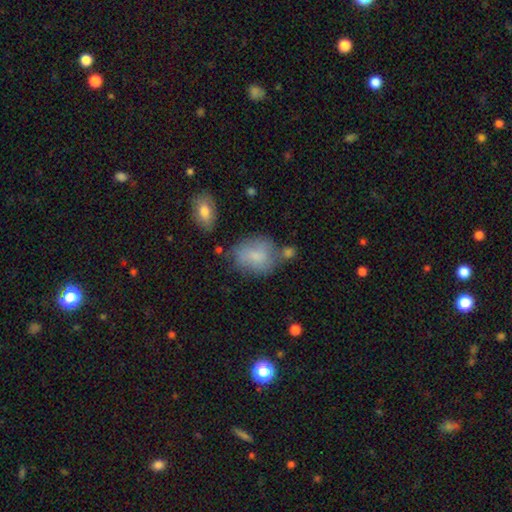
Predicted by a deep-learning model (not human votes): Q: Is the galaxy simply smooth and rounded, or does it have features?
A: smooth — 74%.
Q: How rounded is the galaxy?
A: in between — 52%.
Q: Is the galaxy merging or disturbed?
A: none — 54%.